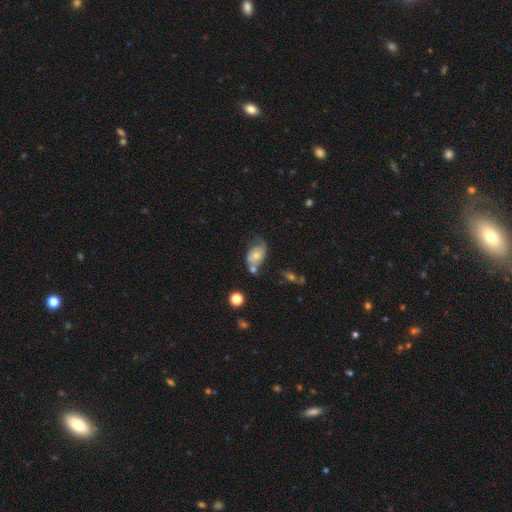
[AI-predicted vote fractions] Smooth or featured: smooth — 47% (featured or disk — 44%)
Merging: none — 38% (minor disturbance — 29%)